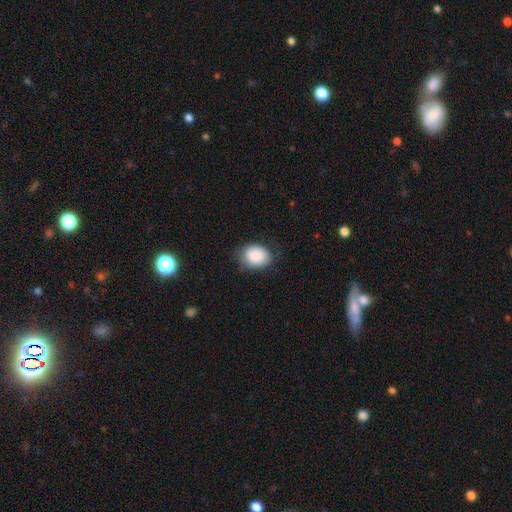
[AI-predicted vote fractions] Morphology: type=smooth (88%); roundness=in between (60%); merging=none (71%).